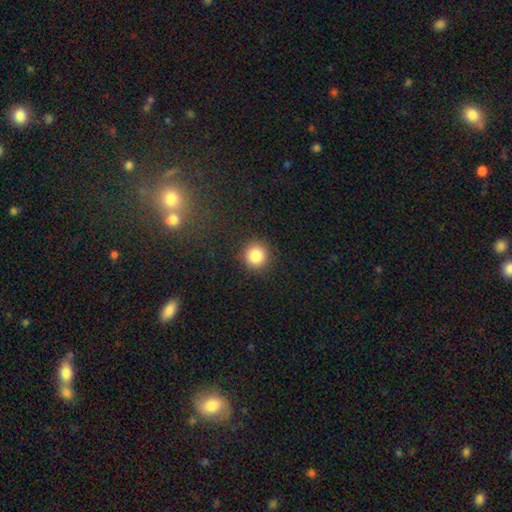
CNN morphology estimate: Smooth or featured: smooth — 84% (star or artifact — 11%)
How rounded: round — 93% (in between — 6%)
Merging: none — 90% (minor disturbance — 6%)